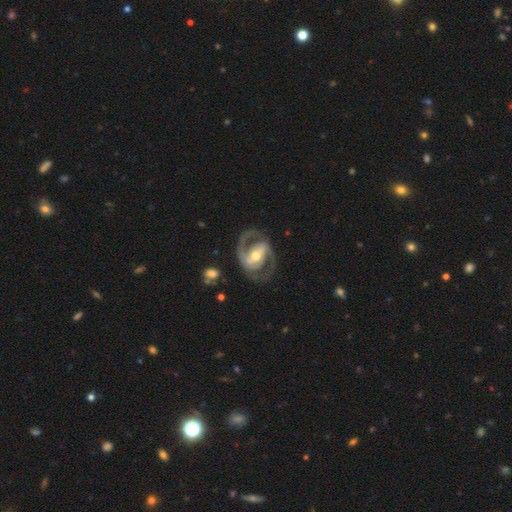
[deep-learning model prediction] smooth_or_featured: featured or disk (p=0.88) [alt: smooth p=0.08]
disk_edge_on: no (p=0.97) [alt: yes p=0.03]
bar: strong (p=0.43) [alt: weak p=0.36]
has_spiral_arms: yes (p=0.93) [alt: no p=0.07]
spiral_winding: medium (p=0.56) [alt: tight p=0.26]
spiral_arm_count: 2 (p=0.90) [alt: can't tell p=0.04]
bulge_size: moderate (p=0.70) [alt: small p=0.19]
merging: none (p=0.75) [alt: minor disturbance p=0.14]